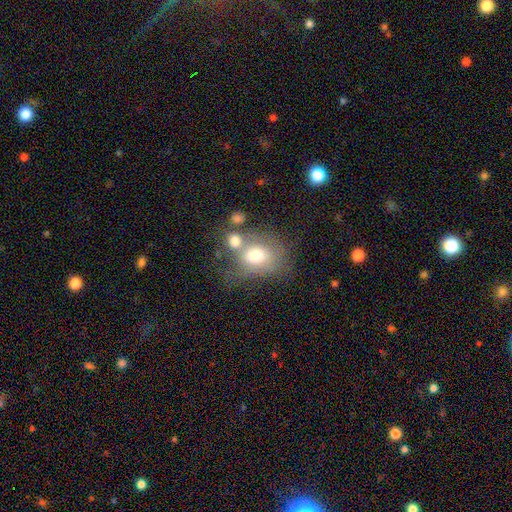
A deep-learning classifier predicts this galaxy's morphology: Q: Smooth or featured?
A: smooth (67%); runner-up: featured or disk (22%)
Q: How rounded?
A: round (53%); runner-up: in between (46%)
Q: Merging?
A: merger (38%); runner-up: none (34%)